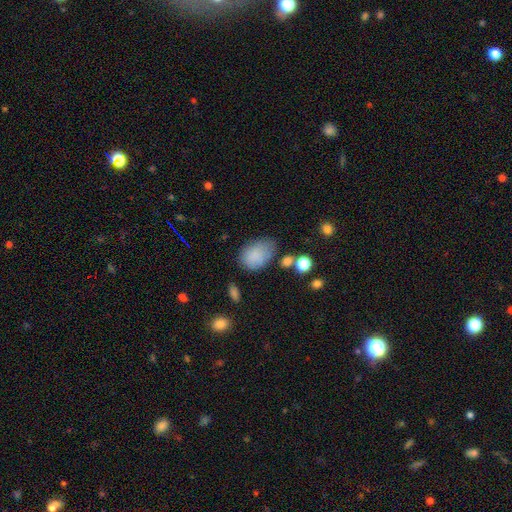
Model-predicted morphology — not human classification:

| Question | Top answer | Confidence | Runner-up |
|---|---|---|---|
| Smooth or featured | smooth | 83% | star or artifact (9%) |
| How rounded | in between | 83% | round (15%) |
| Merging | none | 57% | minor disturbance (27%) |